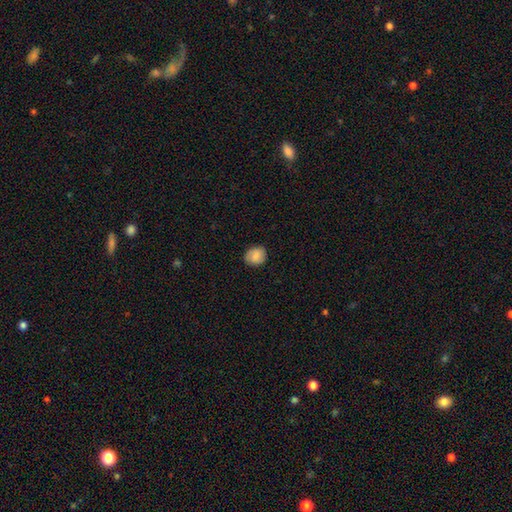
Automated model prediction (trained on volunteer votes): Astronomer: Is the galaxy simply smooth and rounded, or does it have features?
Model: smooth — 79%.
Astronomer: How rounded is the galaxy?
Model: round — 67%.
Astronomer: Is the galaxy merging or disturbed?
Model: none — 84%.